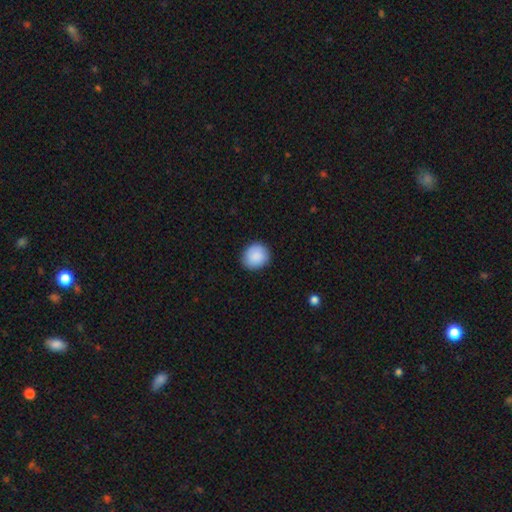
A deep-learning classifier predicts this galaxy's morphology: smooth_or_featured: smooth (p=0.89) [alt: star or artifact p=0.07]
how_rounded: round (p=0.80) [alt: in between p=0.19]
merging: none (p=0.87) [alt: minor disturbance p=0.09]